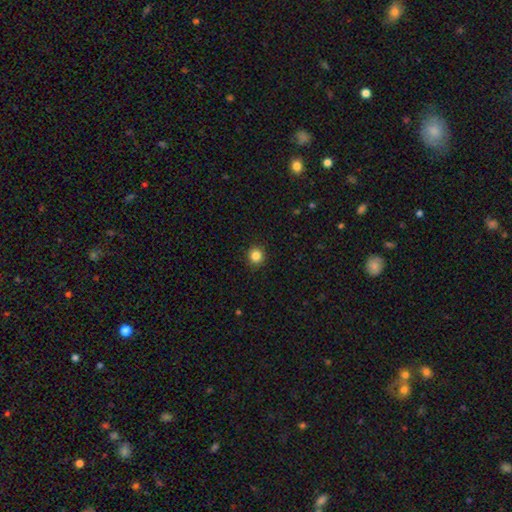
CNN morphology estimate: The model was most divided on "smooth or featured": smooth: 85%, star or artifact: 11%, featured or disk: 4%. More confident: how rounded — round (93%); merging — none (92%).